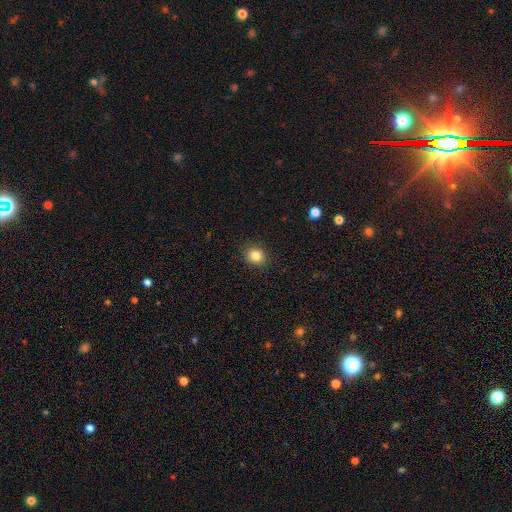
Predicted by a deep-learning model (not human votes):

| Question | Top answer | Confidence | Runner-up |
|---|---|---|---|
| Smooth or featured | smooth | 84% | star or artifact (11%) |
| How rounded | round | 81% | in between (18%) |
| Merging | none | 90% | minor disturbance (7%) |